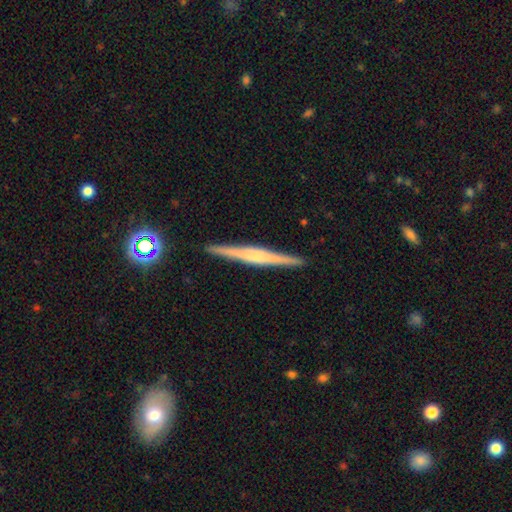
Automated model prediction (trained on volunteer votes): Overall: featured or disk (71%). Edge-on disk: yes (98%). Edge-on bulge: rounded (52%; boxy 27%). Merging: none (92%).